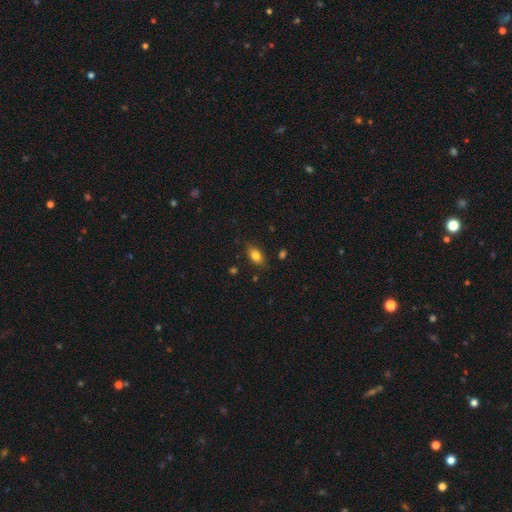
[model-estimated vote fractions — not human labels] Smooth or featured: smooth — 80% (featured or disk — 11%)
How rounded: in between — 86% (round — 9%)
Merging: none — 83% (minor disturbance — 13%)